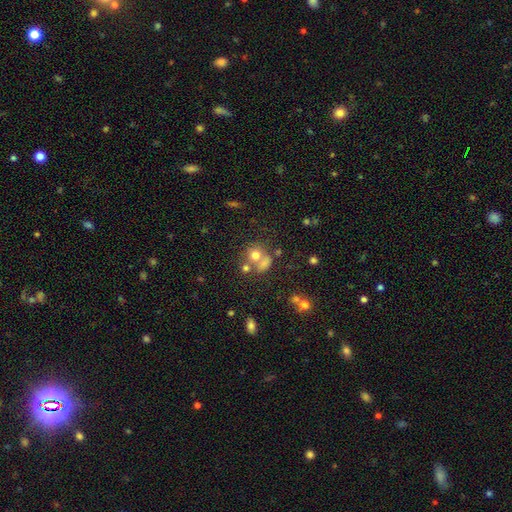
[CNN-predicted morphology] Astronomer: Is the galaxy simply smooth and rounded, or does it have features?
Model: smooth — 68%.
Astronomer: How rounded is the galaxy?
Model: round — 74%.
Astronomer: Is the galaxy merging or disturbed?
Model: none — 42% (runner-up: merger, 37%).